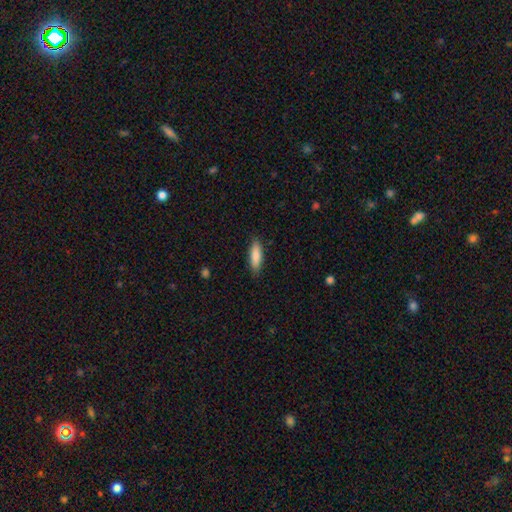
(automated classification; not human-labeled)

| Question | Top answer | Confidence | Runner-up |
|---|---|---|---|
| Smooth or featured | smooth | 86% | featured or disk (8%) |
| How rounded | in between | 54% | cigar-shaped (45%) |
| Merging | none | 86% | minor disturbance (11%) |